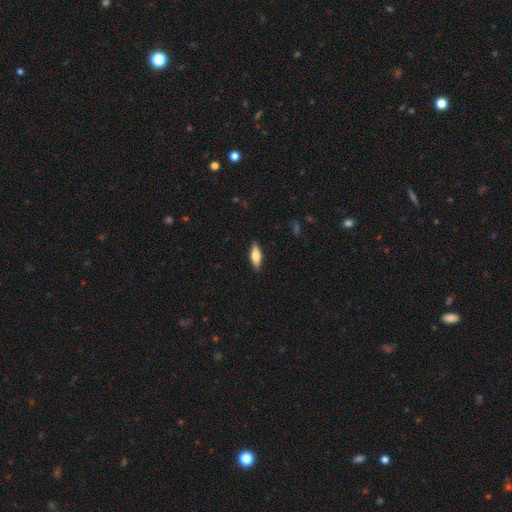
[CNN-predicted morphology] smooth_or_featured: smooth (p=0.61) [alt: featured or disk p=0.33]
how_rounded: in between (p=0.60) [alt: cigar-shaped p=0.38]
merging: none (p=0.88) [alt: minor disturbance p=0.09]